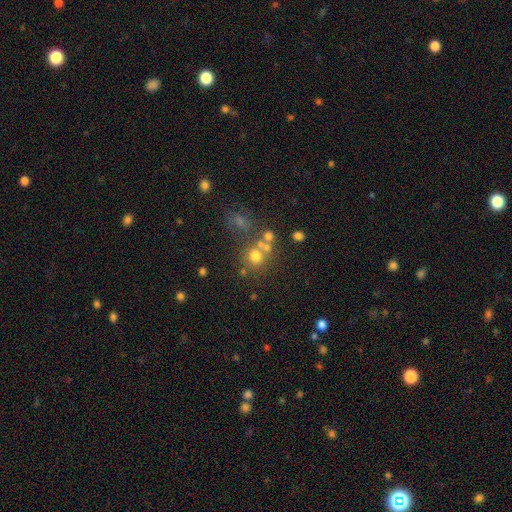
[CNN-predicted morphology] A smooth galaxy with no disk features (65%) that is round (84%).

Vote fractions:
- Smooth or featured? smooth: 65% / star or artifact: 20% / featured or disk: 16%
- How rounded? round: 84% / in between: 15% / cigar-shaped: 1%
- Merging? none: 58% / merger: 25% / minor disturbance: 11% / major disturbance: 7%